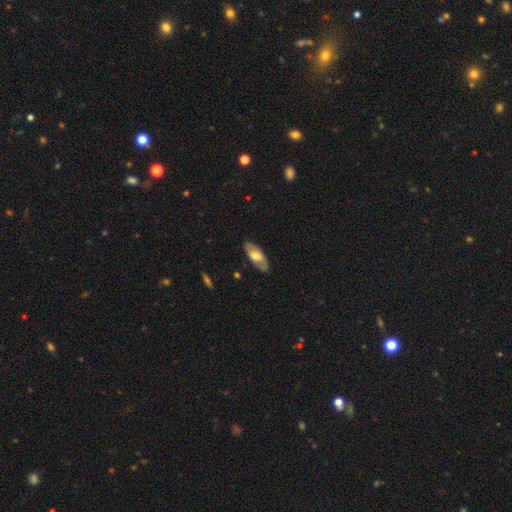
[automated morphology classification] Overall: smooth (50%; featured or disk 45%). Merging: none (82%).